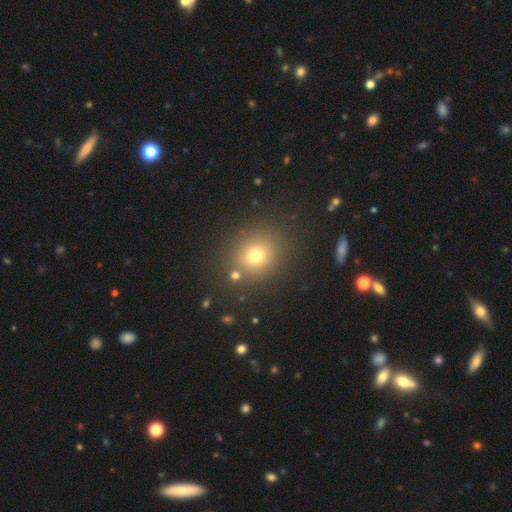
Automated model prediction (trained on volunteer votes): Q: Smooth or featured?
A: smooth (71%); runner-up: star or artifact (19%)
Q: How rounded?
A: round (79%); runner-up: in between (20%)
Q: Merging?
A: none (84%); runner-up: minor disturbance (8%)